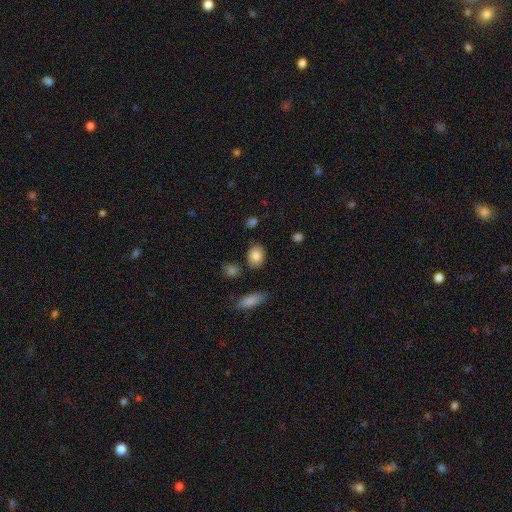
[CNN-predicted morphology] Smooth or featured? Predicted: smooth (p=0.84). How rounded? Predicted: in between (p=0.63). Merging? Predicted: none (p=0.84).